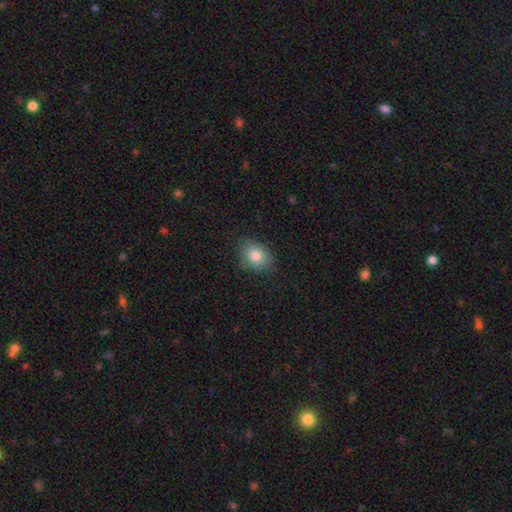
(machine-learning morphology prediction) A smooth galaxy with no disk features (81%) that is round (50%). Merging: none (79%).